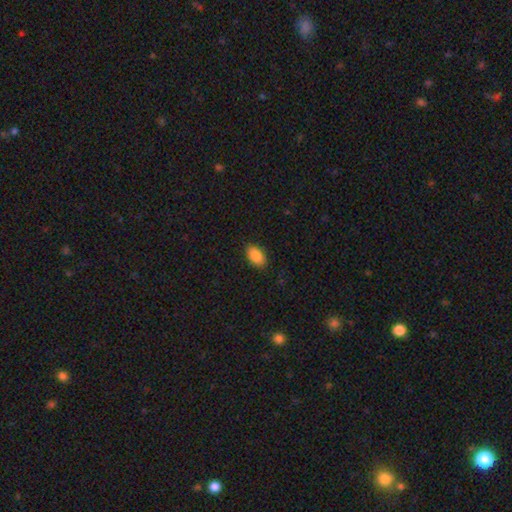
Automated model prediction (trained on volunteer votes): This is clearly a smooth galaxy (87%). How rounded: clearly in between (92%). Merging: clearly none (88%).